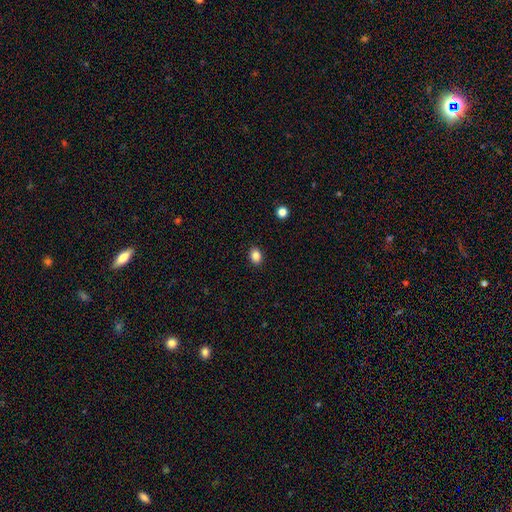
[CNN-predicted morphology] type=smooth (86%); roundness=in between (61%); merging=none (90%).